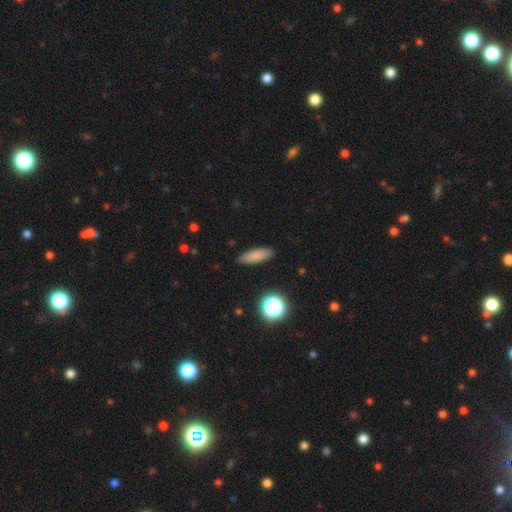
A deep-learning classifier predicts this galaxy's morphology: The model was most divided on "how rounded": in between: 56%, cigar-shaped: 40%, round: 3%. More confident: merging — none (88%); smooth or featured — smooth (81%).